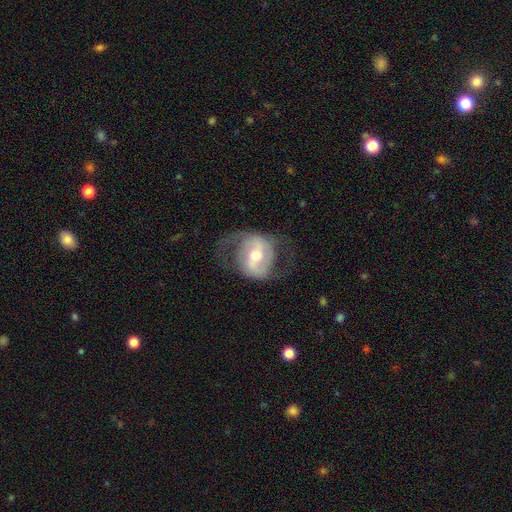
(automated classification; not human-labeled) Smooth or featured: featured or disk — 77% (smooth — 17%)
Edge-on disk: no — 96% (yes — 4%)
Bar: weak — 41% (strong — 38%)
Spiral arms: yes — 84% (no — 16%)
Spiral winding: medium — 47% (loose — 38%)
Spiral arm count: 2 — 86% (can't tell — 7%)
Bulge size: moderate — 67% (small — 24%)
Merging: none — 65% (major disturbance — 18%)